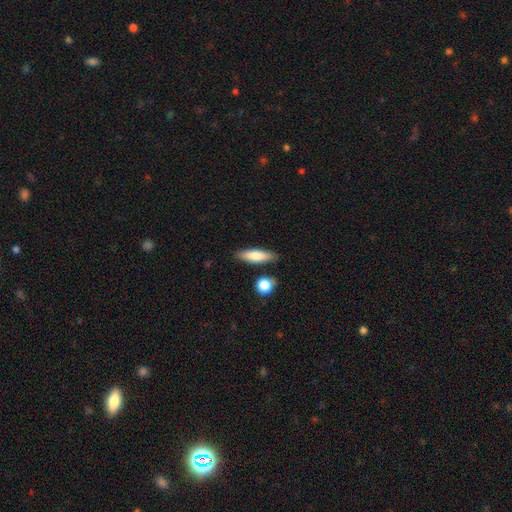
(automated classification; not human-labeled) smooth 77%, featured or disk 17%, star or artifact 6%. Down the decision tree: how rounded — cigar-shaped (55%); merging — none (82%).